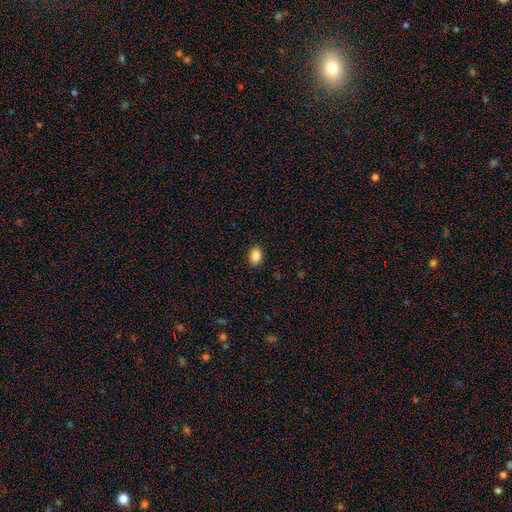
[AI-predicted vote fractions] smooth_or_featured: smooth (p=0.88) [alt: star or artifact p=0.09]
how_rounded: in between (p=0.75) [alt: round p=0.24]
merging: none (p=0.89) [alt: minor disturbance p=0.08]